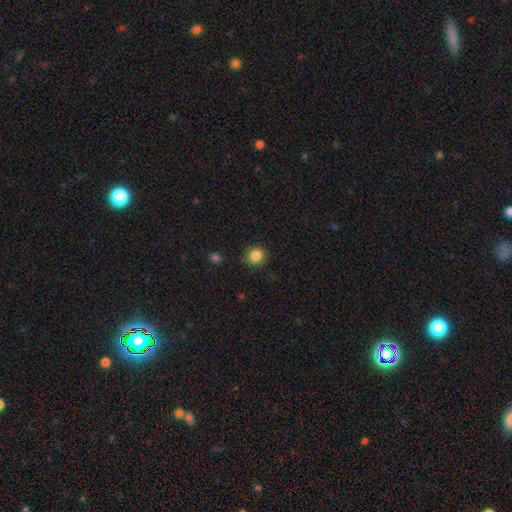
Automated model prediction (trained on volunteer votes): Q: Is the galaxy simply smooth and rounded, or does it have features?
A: smooth — 85%.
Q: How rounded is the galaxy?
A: round — 85%.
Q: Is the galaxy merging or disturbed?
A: none — 86%.